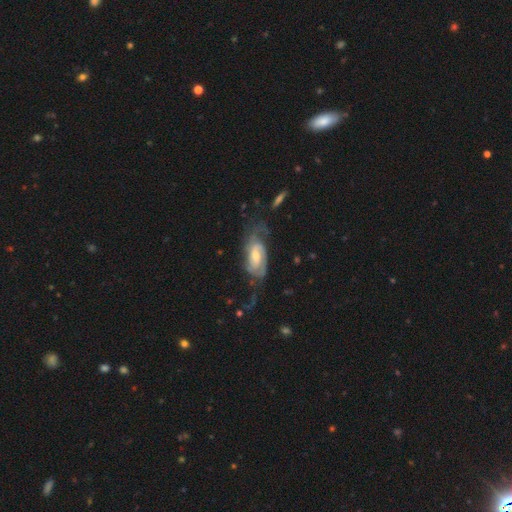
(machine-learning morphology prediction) smooth_or_featured: featured or disk (p=0.78) [alt: smooth p=0.16]
disk_edge_on: no (p=0.94) [alt: yes p=0.06]
bar: no (p=0.45) [alt: weak p=0.43]
has_spiral_arms: yes (p=0.93) [alt: no p=0.07]
spiral_winding: tight (p=0.47) [alt: medium p=0.38]
spiral_arm_count: 2 (p=0.60) [alt: can't tell p=0.23]
bulge_size: moderate (p=0.53) [alt: small p=0.32]
merging: none (p=0.49) [alt: minor disturbance p=0.25]